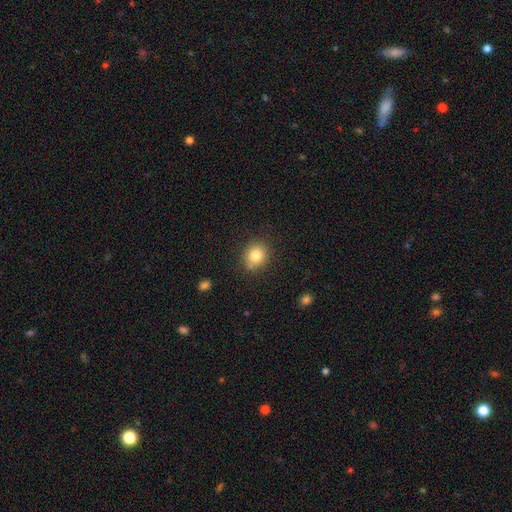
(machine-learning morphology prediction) A smooth galaxy with no disk features (81%) that is round (83%).

Vote fractions:
- Smooth or featured? smooth: 81% / star or artifact: 11% / featured or disk: 8%
- How rounded? round: 83% / in between: 16% / cigar-shaped: 1%
- Merging? none: 80% / minor disturbance: 11% / merger: 5% / major disturbance: 3%